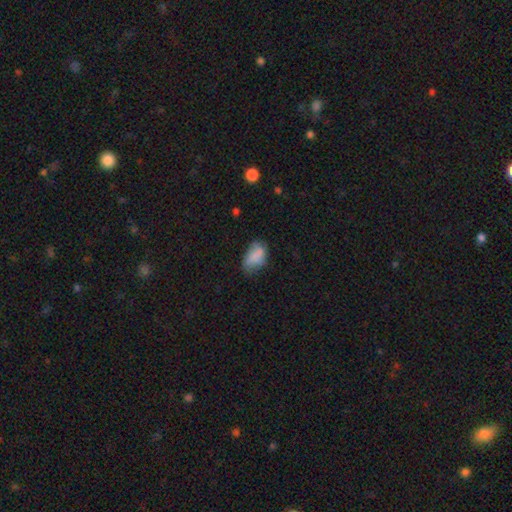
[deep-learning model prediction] Overall: smooth (78%). How rounded: in between (89%). Merging: none (43%; minor disturbance 38%).